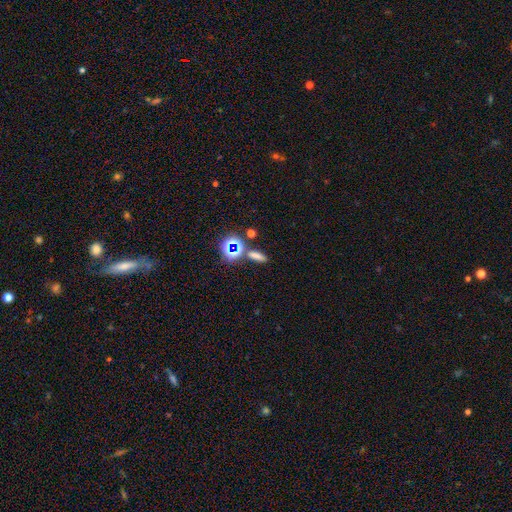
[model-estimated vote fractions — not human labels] Q: Smooth or featured?
A: smooth (62%); runner-up: star or artifact (29%)
Q: How rounded?
A: in between (47%); runner-up: cigar-shaped (40%)
Q: Merging?
A: none (72%); runner-up: merger (13%)